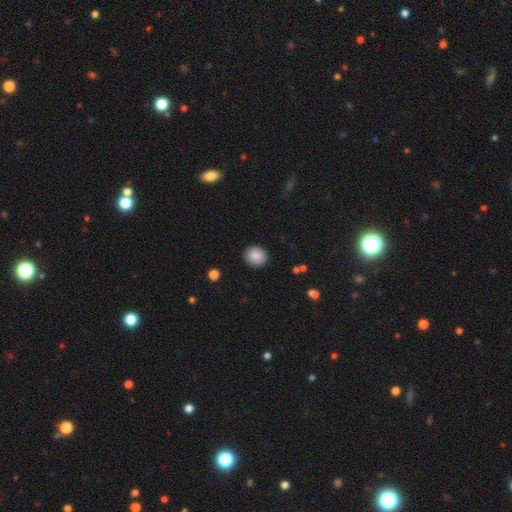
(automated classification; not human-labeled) This appears to be a smooth galaxy with no disk features (88%) that is round (81%). Merging: none (90%).